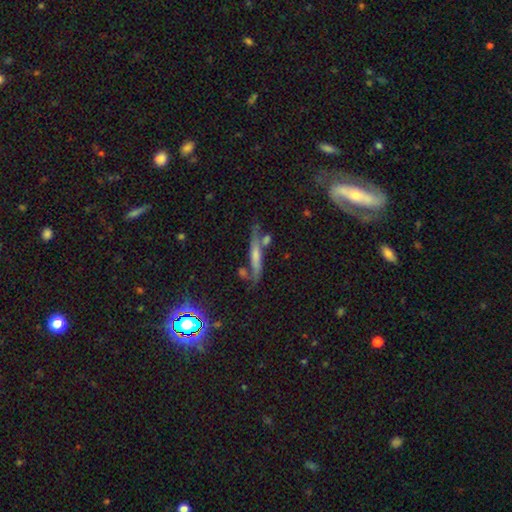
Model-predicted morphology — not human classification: Smooth or featured? featured or disk (45%, tied with smooth)
Merging? none (58%)